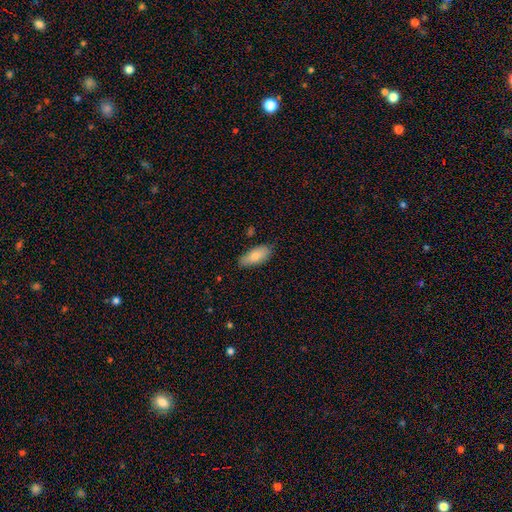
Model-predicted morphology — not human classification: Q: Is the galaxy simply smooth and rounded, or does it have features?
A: smooth — 83%.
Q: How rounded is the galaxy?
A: in between — 87%.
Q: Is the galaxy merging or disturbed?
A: none — 78%.